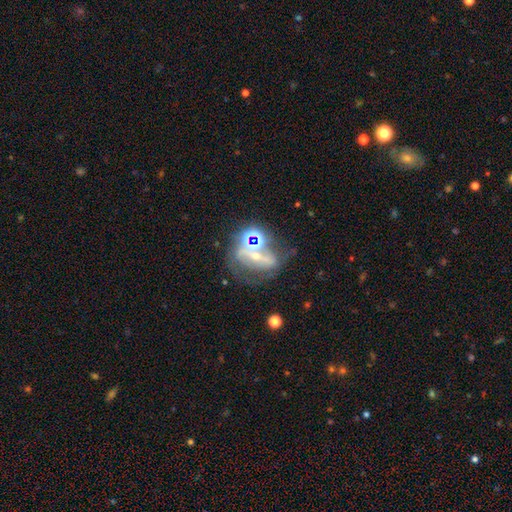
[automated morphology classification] smooth-or-featured: featured or disk: 49% | star or artifact: 34% | smooth: 17%
  merging: none: 42% | major disturbance: 23% | merger: 18% | minor disturbance: 17%